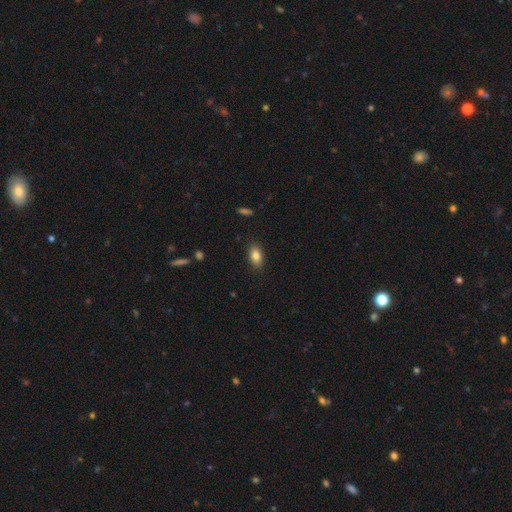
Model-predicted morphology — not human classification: Q: Smooth or featured?
A: smooth (84%); runner-up: star or artifact (8%)
Q: How rounded?
A: in between (89%); runner-up: round (8%)
Q: Merging?
A: none (87%); runner-up: minor disturbance (9%)